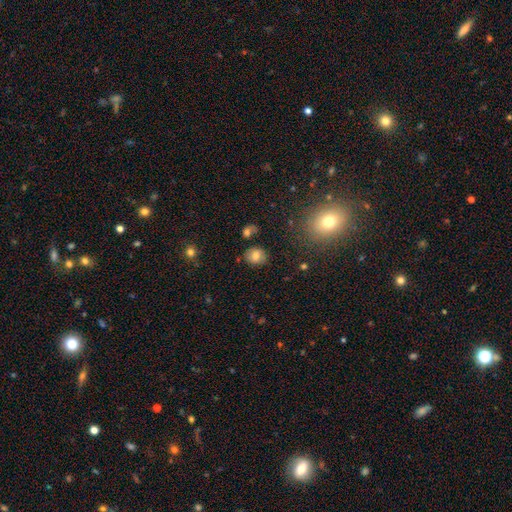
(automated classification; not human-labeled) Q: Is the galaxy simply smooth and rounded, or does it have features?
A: smooth — 79%.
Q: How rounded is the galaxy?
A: round — 60%.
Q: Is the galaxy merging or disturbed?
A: none — 79%.